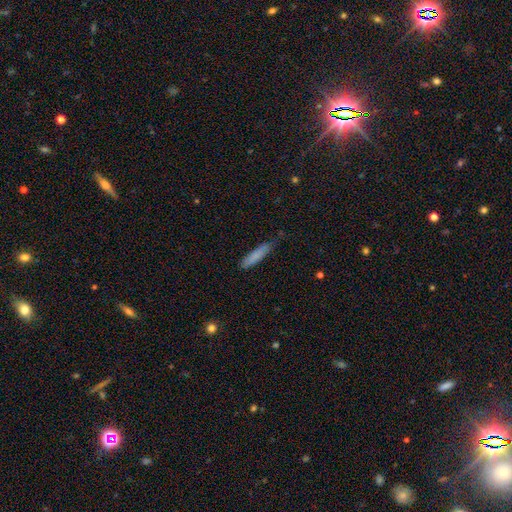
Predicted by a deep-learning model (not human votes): Morphology: type=smooth (80%); roundness=cigar-shaped (86%); merging=none (71%).